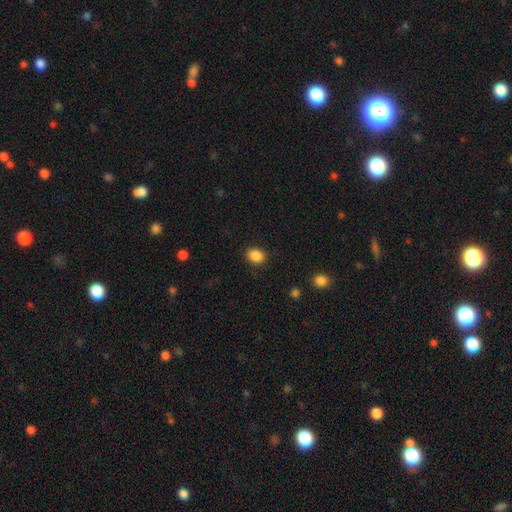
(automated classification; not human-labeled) Smooth or featured? Predicted: smooth (p=0.88). How rounded? Predicted: in between (p=0.52). Merging? Predicted: none (p=0.88).